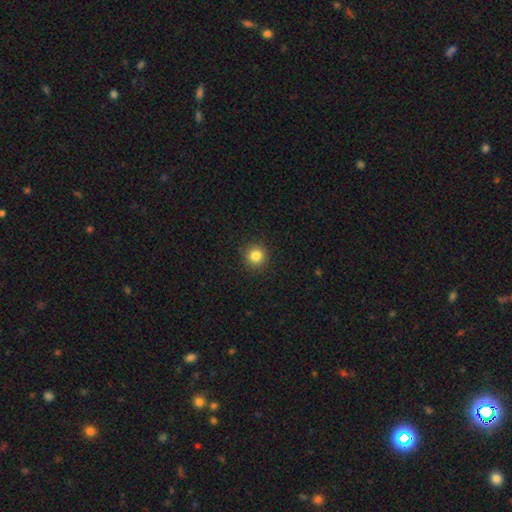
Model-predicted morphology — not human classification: type=smooth (84%); roundness=round (95%); merging=none (92%).